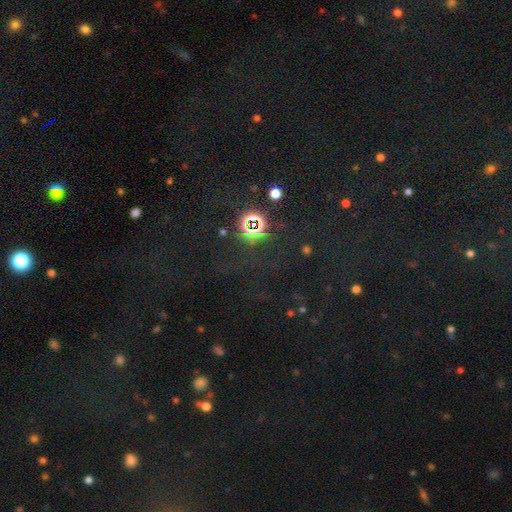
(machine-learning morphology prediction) A star or artifact, not a galaxy (73%).

Vote fractions:
- Smooth or featured? star or artifact: 73% / smooth: 17% / featured or disk: 9%